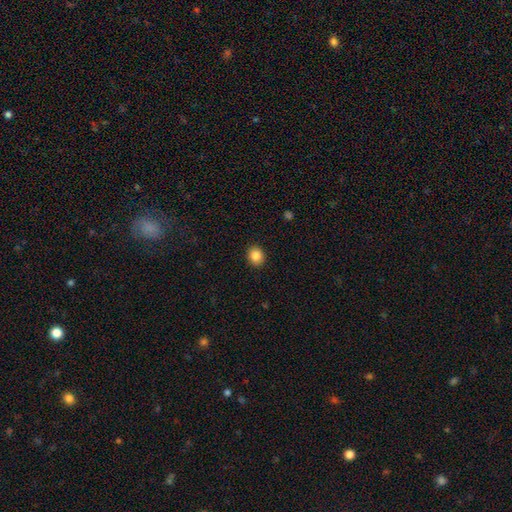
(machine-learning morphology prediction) Smooth or featured? smooth (86%)
How rounded? round (67%)
Merging? none (91%)